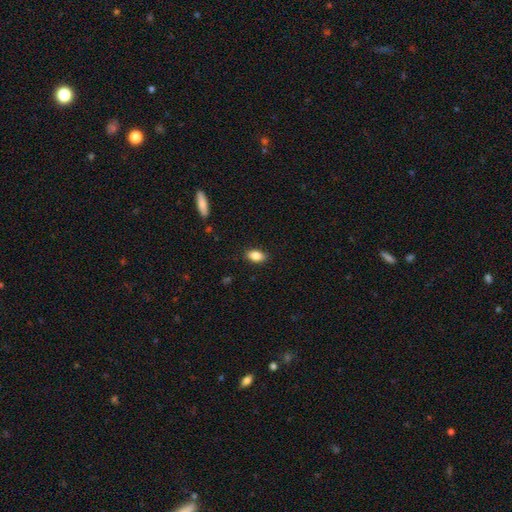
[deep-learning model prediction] The model was most divided on "smooth or featured": smooth: 85%, star or artifact: 8%, featured or disk: 7%. More confident: how rounded — in between (89%); merging — none (87%).